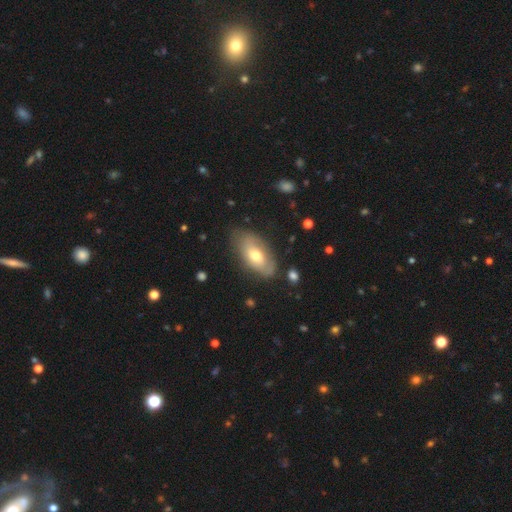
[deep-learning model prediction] Smooth or featured? smooth (59%)
How rounded? in between (90%)
Merging? none (69%)